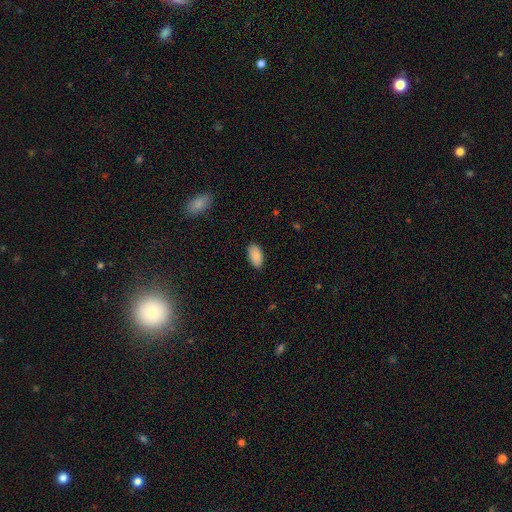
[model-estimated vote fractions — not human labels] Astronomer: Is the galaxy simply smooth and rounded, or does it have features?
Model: smooth — 89%.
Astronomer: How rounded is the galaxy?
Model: in between — 94%.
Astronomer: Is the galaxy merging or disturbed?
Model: none — 86%.